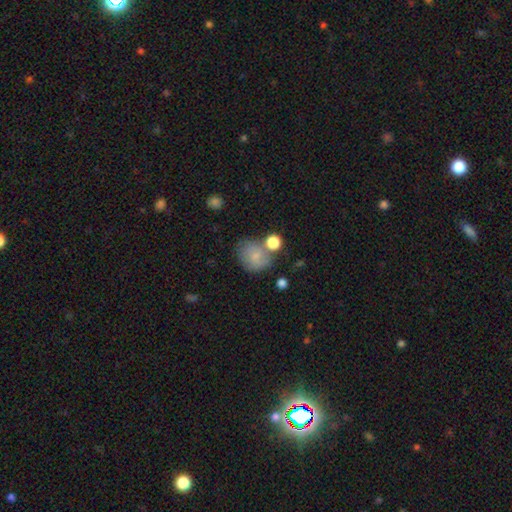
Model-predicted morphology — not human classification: Q: Smooth or featured?
A: smooth (74%); runner-up: featured or disk (16%)
Q: How rounded?
A: round (74%); runner-up: in between (25%)
Q: Merging?
A: none (55%); runner-up: minor disturbance (19%)